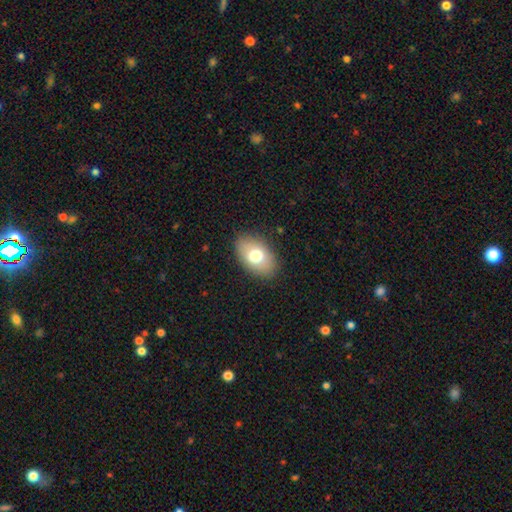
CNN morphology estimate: smooth-or-featured: smooth: 72% | featured or disk: 20% | star or artifact: 9%
  how-rounded: in between: 88% | round: 11% | cigar-shaped: 1%
  merging: none: 85% | minor disturbance: 10% | major disturbance: 3% | merger: 1%